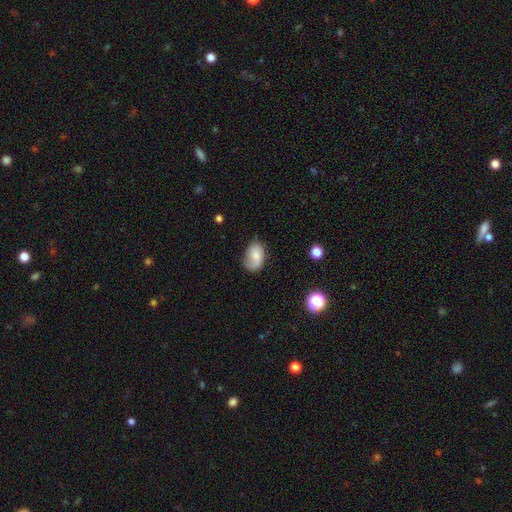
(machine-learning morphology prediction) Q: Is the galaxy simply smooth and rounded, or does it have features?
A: smooth — 60%.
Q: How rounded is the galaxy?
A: in between — 84%.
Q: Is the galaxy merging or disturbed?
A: none — 56%.